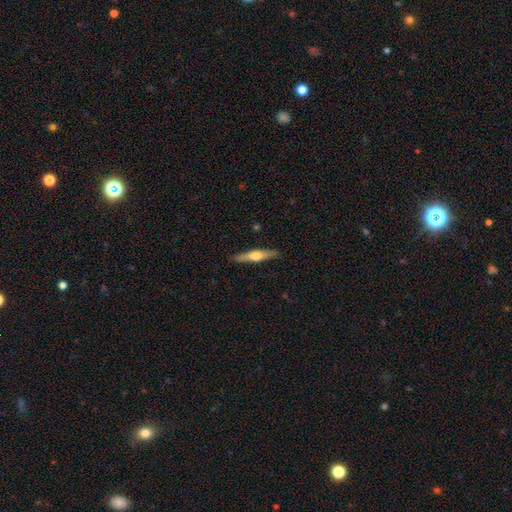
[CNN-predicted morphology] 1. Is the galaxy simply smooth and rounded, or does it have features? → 57% featured or disk, 38% smooth, 5% star or artifact.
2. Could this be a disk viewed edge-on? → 96% yes, 4% no.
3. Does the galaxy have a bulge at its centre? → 91% rounded, 5% none, 4% boxy.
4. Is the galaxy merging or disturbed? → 89% none, 8% minor disturbance, 2% major disturbance, 1% merger.